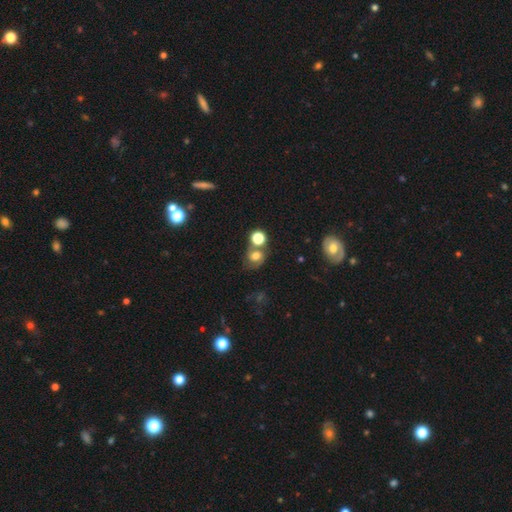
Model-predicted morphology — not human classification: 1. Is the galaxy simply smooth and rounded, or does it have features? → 55% smooth, 30% featured or disk, 16% star or artifact.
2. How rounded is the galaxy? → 67% round, 31% in between, 1% cigar-shaped.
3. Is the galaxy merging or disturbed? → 45% none, 31% merger, 15% minor disturbance, 9% major disturbance.